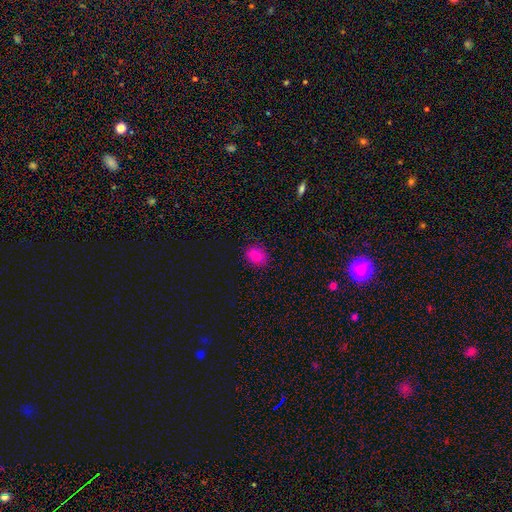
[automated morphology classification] Smooth or featured?
  - smooth: 84% *
  - star or artifact: 11%
  - featured or disk: 4%
How rounded?
  - in between: 52% *
  - round: 47%
  - cigar-shaped: 1%
Merging?
  - none: 85% *
  - minor disturbance: 11%
  - major disturbance: 3%
  - merger: 1%